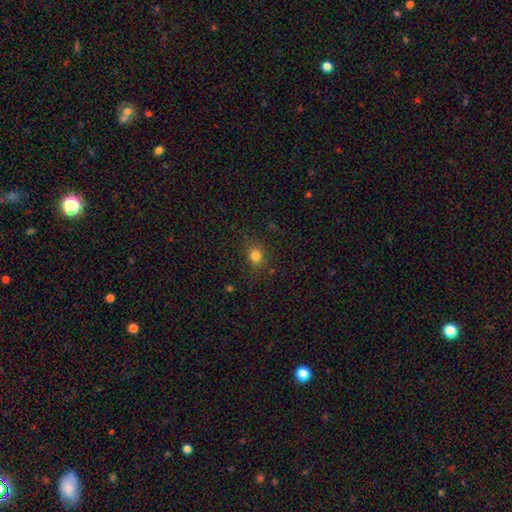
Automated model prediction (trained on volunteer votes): smooth_or_featured: smooth (p=0.80) [alt: star or artifact p=0.14]
how_rounded: round (p=0.59) [alt: in between p=0.39]
merging: none (p=0.83) [alt: minor disturbance p=0.11]